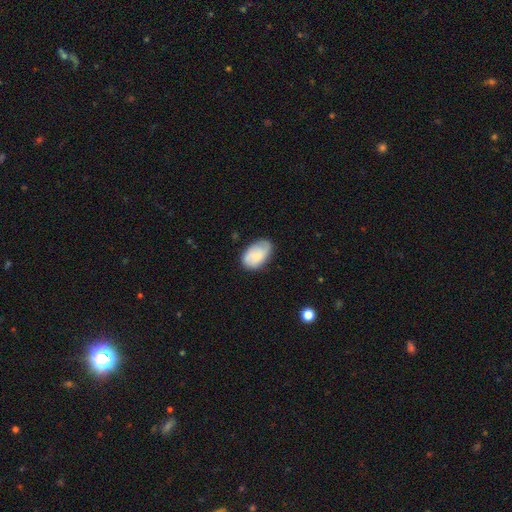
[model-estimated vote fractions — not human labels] Overall: smooth (75%). How rounded: in between (91%). Merging: none (67%).